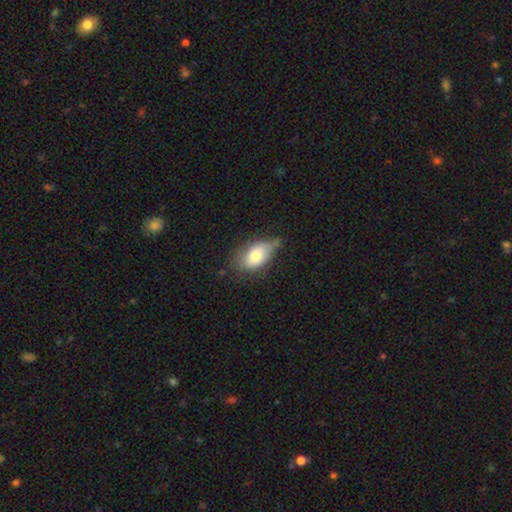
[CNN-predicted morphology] smooth_or_featured: smooth (p=0.74) [alt: featured or disk p=0.18]
how_rounded: in between (p=0.90) [alt: round p=0.07]
merging: none (p=0.49) [alt: minor disturbance p=0.38]